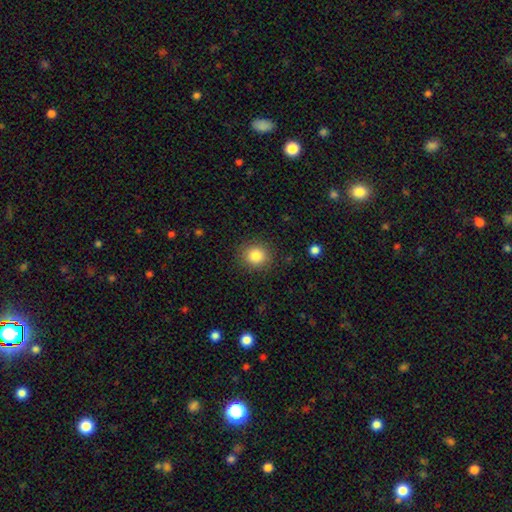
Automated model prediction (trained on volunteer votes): Smooth or featured? smooth (84%)
How rounded? round (85%)
Merging? none (87%)